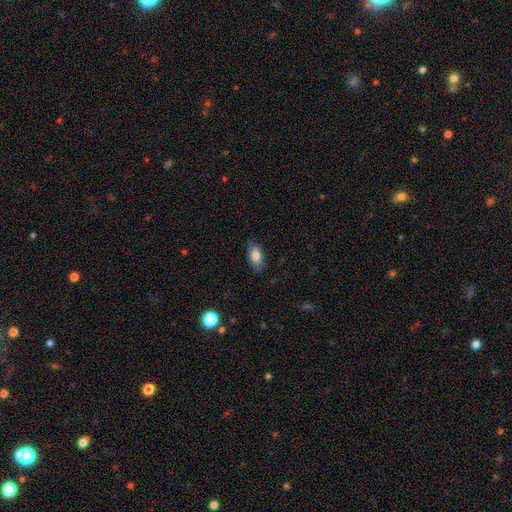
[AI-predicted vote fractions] A smooth galaxy with no disk features (81%) that is in between round and cigar-shaped (89%). Merging: none (80%).